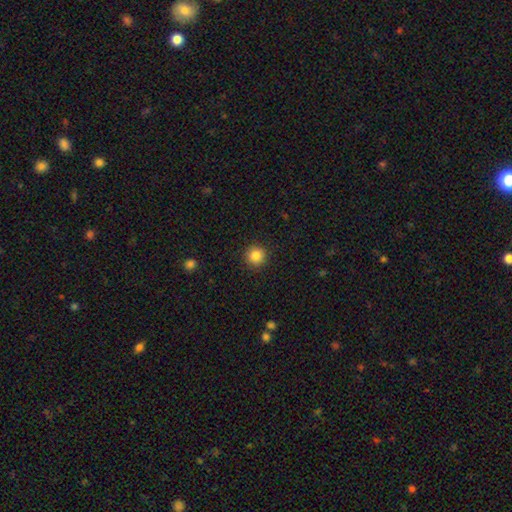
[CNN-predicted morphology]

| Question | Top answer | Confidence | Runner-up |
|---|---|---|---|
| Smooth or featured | smooth | 85% | star or artifact (10%) |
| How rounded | round | 95% | in between (4%) |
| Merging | none | 92% | minor disturbance (5%) |